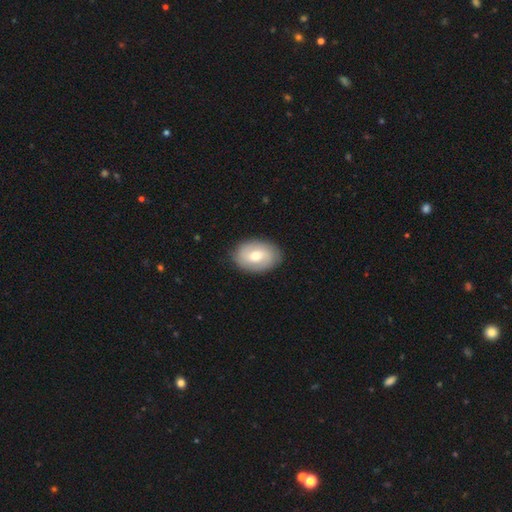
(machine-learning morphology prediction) A smooth galaxy with no disk features (54%) that is in between round and cigar-shaped (81%). Merging: none (85%).